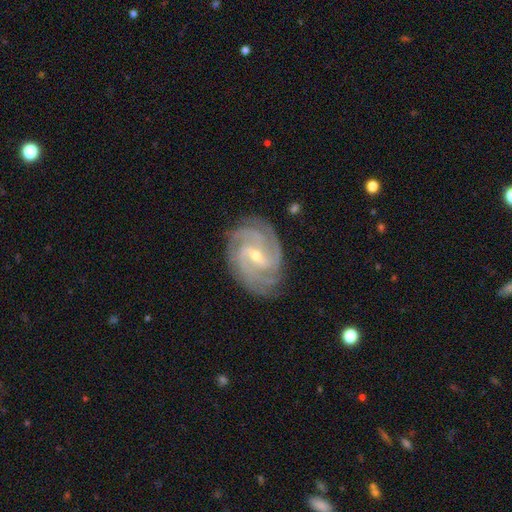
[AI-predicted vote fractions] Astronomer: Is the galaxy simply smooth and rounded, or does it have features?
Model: featured or disk — 92%.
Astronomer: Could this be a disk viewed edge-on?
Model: no — 97%.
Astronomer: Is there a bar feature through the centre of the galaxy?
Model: weak — 49% (runner-up: strong, 33%).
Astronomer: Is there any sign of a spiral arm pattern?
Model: yes — 98%.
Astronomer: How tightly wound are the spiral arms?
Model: tight — 59% (runner-up: medium, 35%).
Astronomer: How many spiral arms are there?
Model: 3 — 35% (runner-up: 4, 29%).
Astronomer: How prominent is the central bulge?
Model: small — 62%.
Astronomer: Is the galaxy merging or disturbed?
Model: none — 82%.